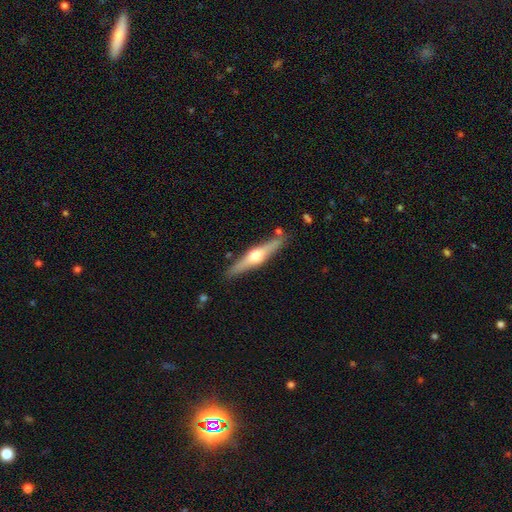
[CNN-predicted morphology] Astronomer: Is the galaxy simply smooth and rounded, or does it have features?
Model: featured or disk — 68%.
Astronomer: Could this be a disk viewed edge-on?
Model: yes — 97%.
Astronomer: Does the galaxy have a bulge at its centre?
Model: rounded — 94%.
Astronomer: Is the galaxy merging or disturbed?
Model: none — 85%.